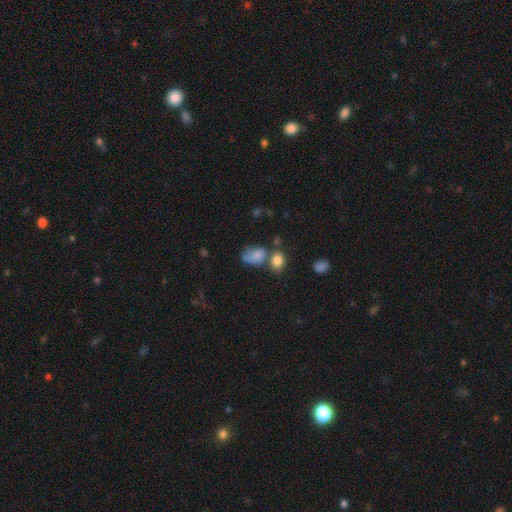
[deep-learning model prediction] smooth-or-featured: smooth: 74% | featured or disk: 15% | star or artifact: 11%
  how-rounded: in between: 76% | round: 22% | cigar-shaped: 2%
  merging: merger: 34% | none: 31% | minor disturbance: 22% | major disturbance: 13%